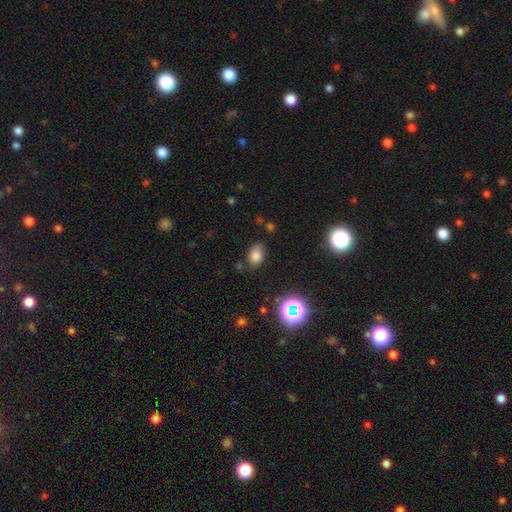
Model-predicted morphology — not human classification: Smooth or featured: smooth — 76% (star or artifact — 16%)
How rounded: in between — 79% (round — 19%)
Merging: none — 71% (minor disturbance — 21%)